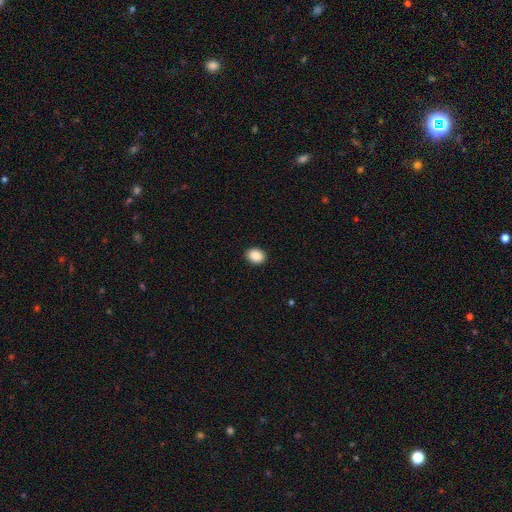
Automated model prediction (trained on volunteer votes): A smooth galaxy with no disk features (89%) that is in between round and cigar-shaped (56%). Merging: none (92%).